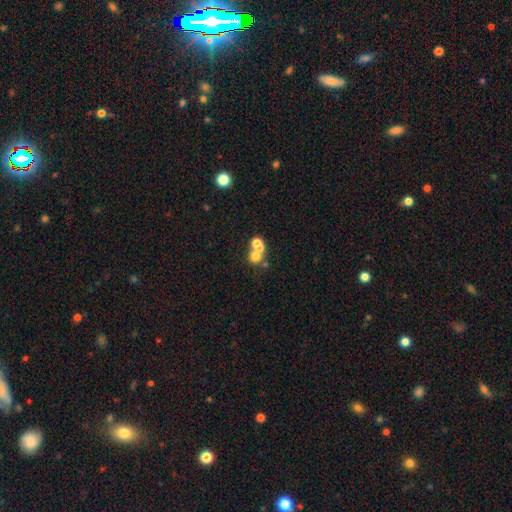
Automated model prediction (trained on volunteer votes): Overall: smooth (60%; featured or disk 23%). How rounded: round (81%). Merging: merger (56%; none 34%).